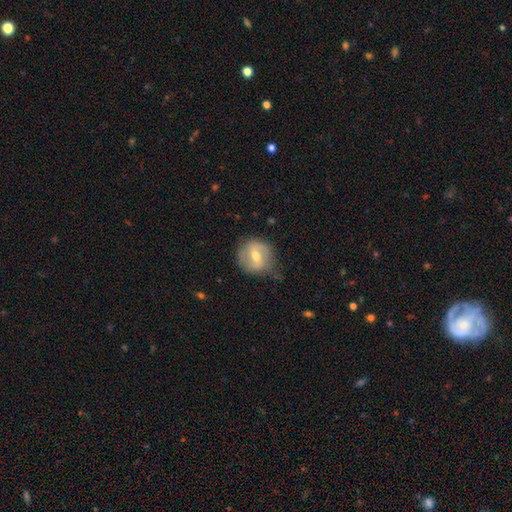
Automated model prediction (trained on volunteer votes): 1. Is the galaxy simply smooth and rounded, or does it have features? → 56% featured or disk, 38% smooth, 6% star or artifact.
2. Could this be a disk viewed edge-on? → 96% no, 4% yes.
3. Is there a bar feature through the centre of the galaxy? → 50% weak, 28% strong, 22% no.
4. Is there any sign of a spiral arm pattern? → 69% yes, 31% no.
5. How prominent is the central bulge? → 67% moderate, 28% small, 3% large, 1% none, 1% dominant.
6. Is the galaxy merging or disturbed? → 67% none, 24% minor disturbance, 7% major disturbance, 2% merger.